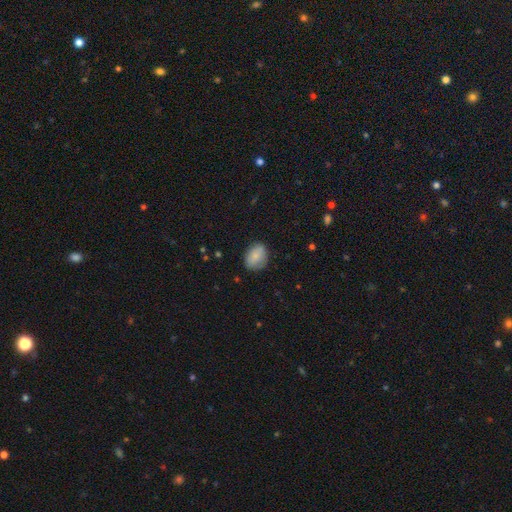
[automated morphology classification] smooth-or-featured: smooth: 82% | featured or disk: 10% | star or artifact: 7%
  how-rounded: in between: 69% | round: 29% | cigar-shaped: 1%
  merging: none: 77% | minor disturbance: 18% | major disturbance: 4% | merger: 1%